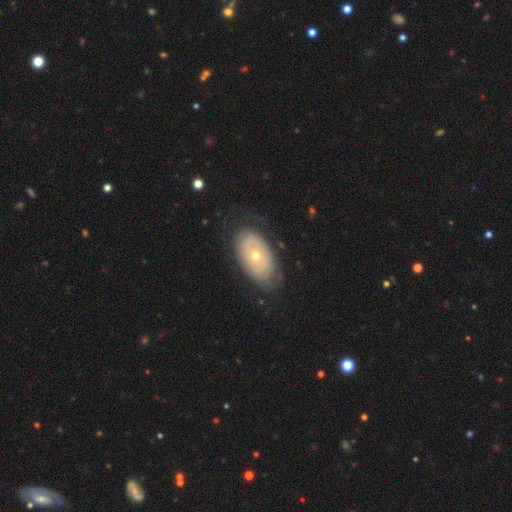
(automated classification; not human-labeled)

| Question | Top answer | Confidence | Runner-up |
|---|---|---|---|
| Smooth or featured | featured or disk | 58% | smooth (35%) |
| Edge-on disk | no | 91% | yes (9%) |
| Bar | no | 88% | weak (9%) |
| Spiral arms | no | 62% | yes (38%) |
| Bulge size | small | 51% | moderate (46%) |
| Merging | none | 73% | minor disturbance (18%) |